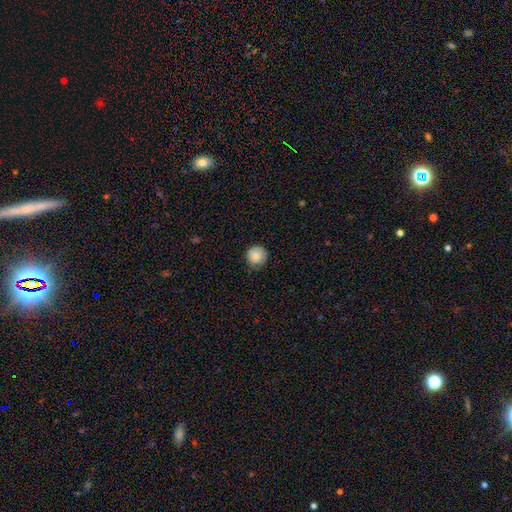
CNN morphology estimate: A smooth galaxy with no disk features (85%) that is round (94%). Merging: none (78%).